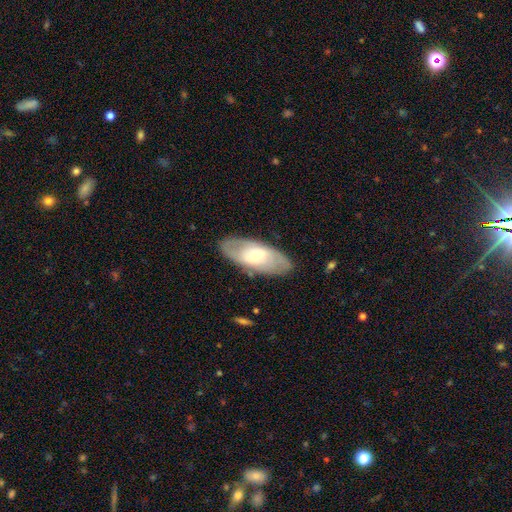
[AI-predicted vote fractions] This is possibly a featured or disk galaxy (54%). It is clearly not viewed edge-on (87%). Merging: clearly none (83%).